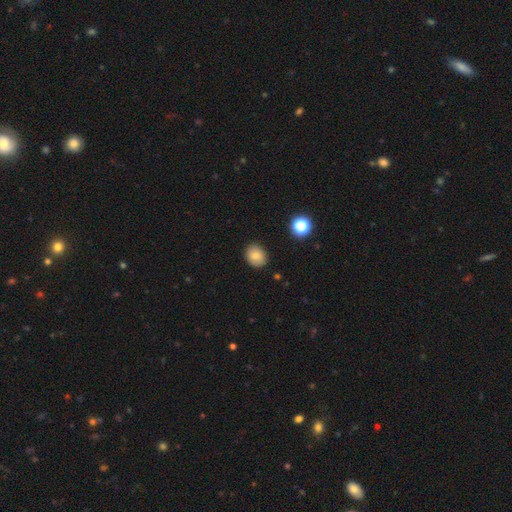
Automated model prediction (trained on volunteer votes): This appears to be a smooth galaxy with no disk features (81%) that is round (62%). Merging: none (87%).